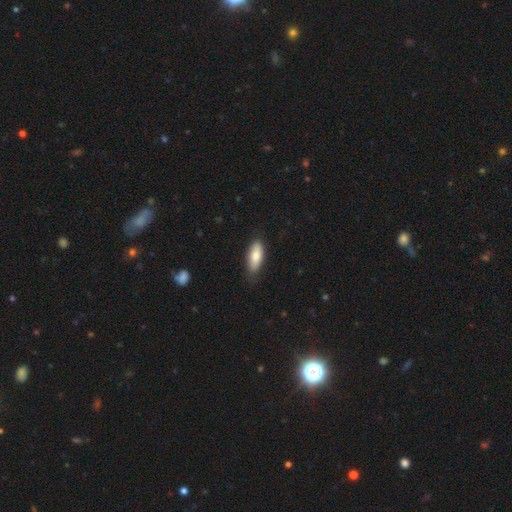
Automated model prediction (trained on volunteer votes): Overall: smooth (80%). How rounded: in between (75%). Merging: none (78%).